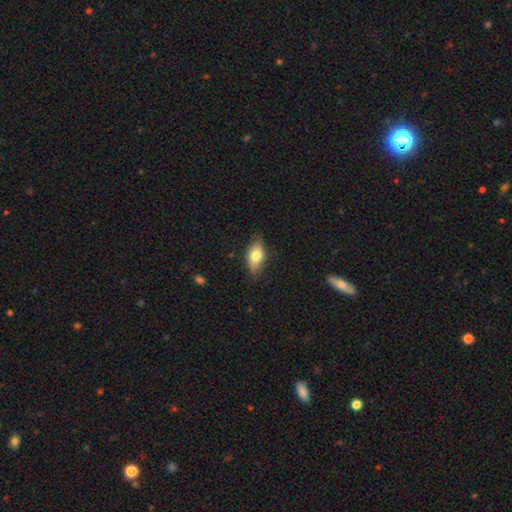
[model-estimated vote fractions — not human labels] A smooth galaxy with no disk features (73%) that is in between round and cigar-shaped (85%). Merging: none (80%).